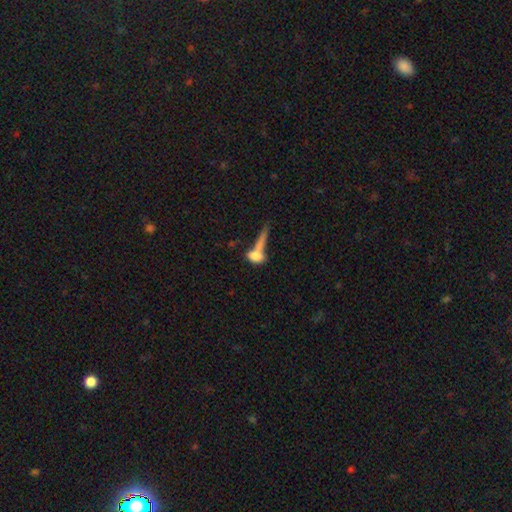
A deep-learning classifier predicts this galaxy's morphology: Smooth or featured: smooth — 70% (featured or disk — 21%)
How rounded: in between — 63% (cigar-shaped — 24%)
Merging: merger — 44% (none — 27%)